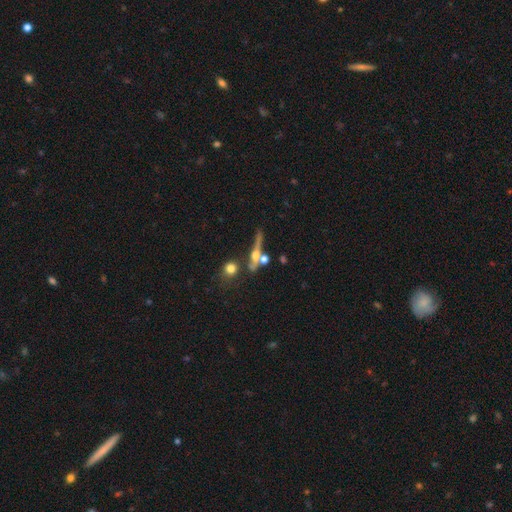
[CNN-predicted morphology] Smooth or featured? Predicted: featured or disk (p=0.60). Edge-on disk? Predicted: yes (p=0.84). Edge-on bulge? Predicted: rounded (p=0.85). Merging? Predicted: none (p=0.50).